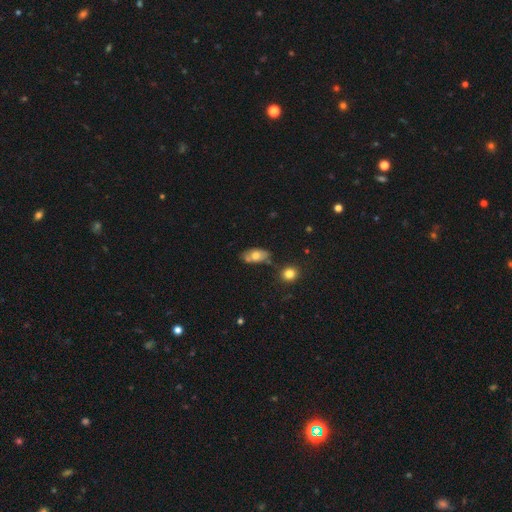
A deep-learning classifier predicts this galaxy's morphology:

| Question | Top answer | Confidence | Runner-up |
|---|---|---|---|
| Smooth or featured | smooth | 63% | featured or disk (29%) |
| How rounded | in between | 89% | cigar-shaped (6%) |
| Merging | none | 62% | minor disturbance (21%) |